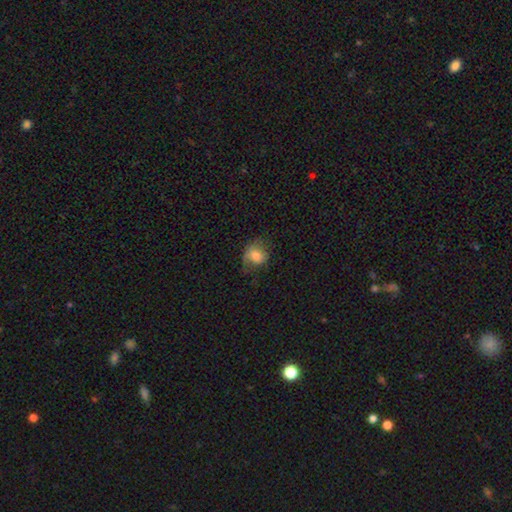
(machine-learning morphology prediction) Q: Smooth or featured?
A: smooth (70%); runner-up: featured or disk (21%)
Q: How rounded?
A: round (60%); runner-up: in between (39%)
Q: Merging?
A: none (47%); runner-up: minor disturbance (29%)